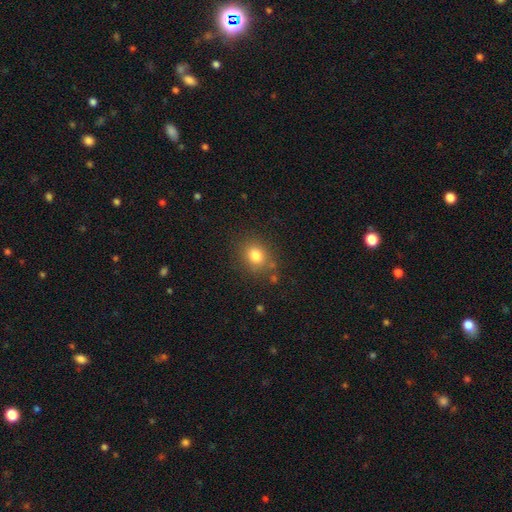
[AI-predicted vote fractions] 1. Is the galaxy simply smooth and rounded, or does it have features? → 79% smooth, 12% star or artifact, 8% featured or disk.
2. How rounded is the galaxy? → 62% round, 37% in between, 1% cigar-shaped.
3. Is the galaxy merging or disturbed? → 79% none, 13% minor disturbance, 4% major disturbance, 4% merger.